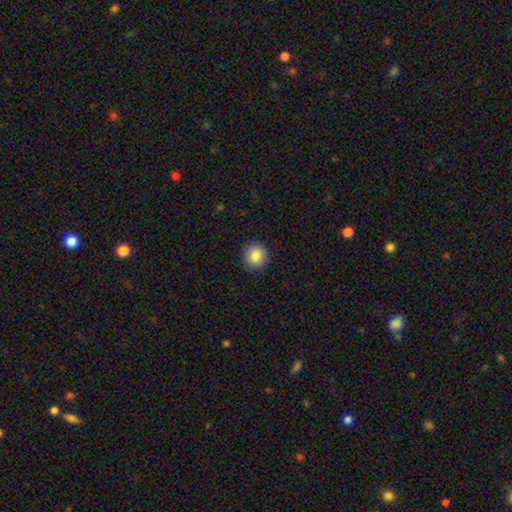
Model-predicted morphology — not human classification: Smooth or featured? Predicted: smooth (p=0.84). How rounded? Predicted: round (p=0.91). Merging? Predicted: none (p=0.90).